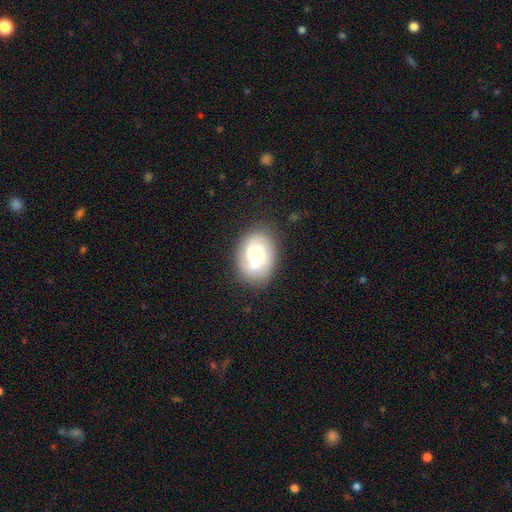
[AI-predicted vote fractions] Smooth or featured? featured or disk (59%)
Edge-on disk? no (97%)
Bar? no (60%)
Spiral arms? yes (90%)
Spiral winding? tight (42%)
Spiral arm count? 2 (38%)
Bulge size? moderate (39%)
Merging? none (77%)